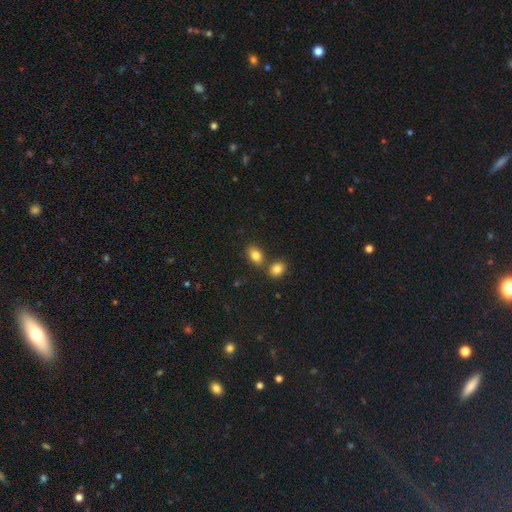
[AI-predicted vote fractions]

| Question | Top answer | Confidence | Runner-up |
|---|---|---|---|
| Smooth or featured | smooth | 83% | star or artifact (9%) |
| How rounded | in between | 79% | round (19%) |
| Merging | none | 64% | merger (23%) |